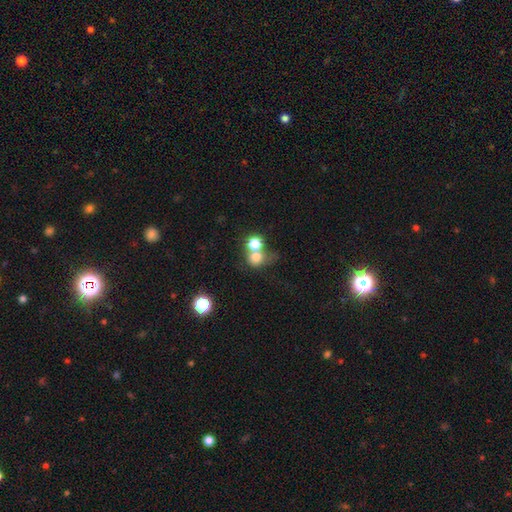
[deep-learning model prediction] This is likely a smooth galaxy (72%). How rounded: likely round (76%). Merging: possibly merger (53%).